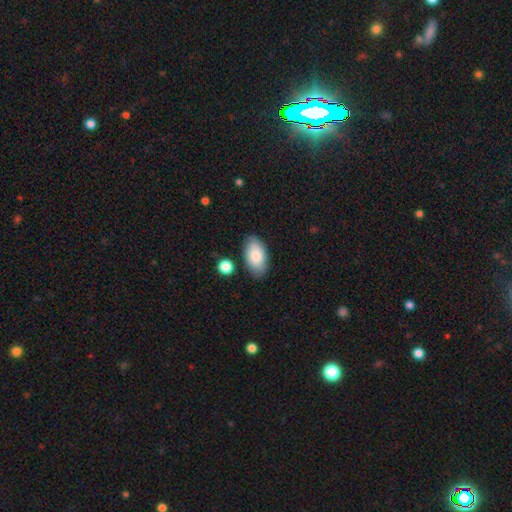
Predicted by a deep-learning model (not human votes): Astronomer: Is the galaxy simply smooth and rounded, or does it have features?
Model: smooth — 83%.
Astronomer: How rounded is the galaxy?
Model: in between — 94%.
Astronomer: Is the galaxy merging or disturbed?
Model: none — 80%.